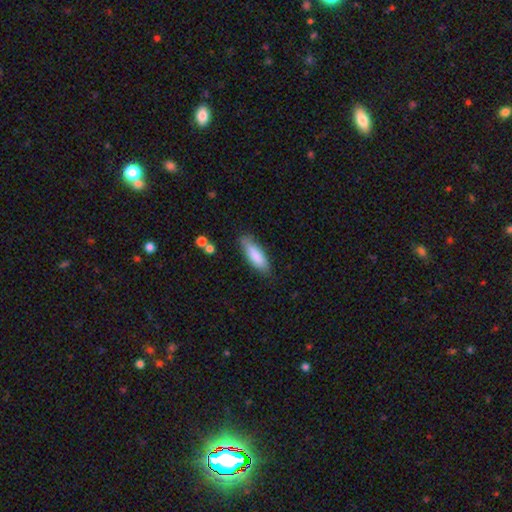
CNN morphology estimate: smooth 84%, featured or disk 10%, star or artifact 6%. Down the decision tree: how rounded — in between (58%); merging — none (75%).